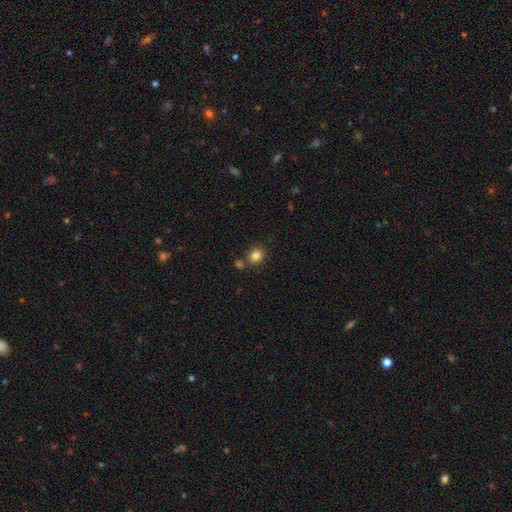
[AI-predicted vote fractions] This appears to be a smooth galaxy with no disk features (84%) that is round (74%). Merging: none (74%).